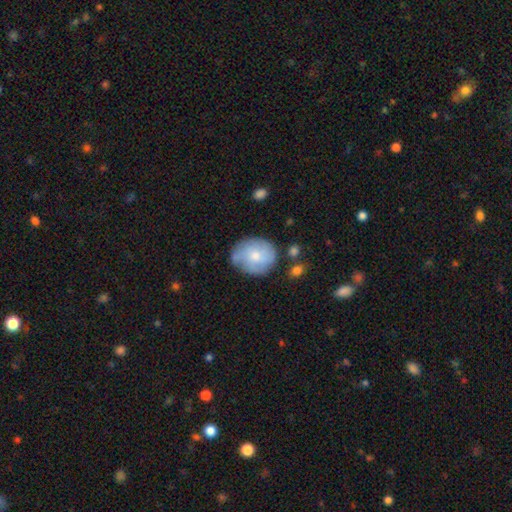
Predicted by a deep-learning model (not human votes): Q: Smooth or featured?
A: smooth (57%); runner-up: featured or disk (36%)
Q: How rounded?
A: round (71%); runner-up: in between (28%)
Q: Merging?
A: none (64%); runner-up: minor disturbance (24%)